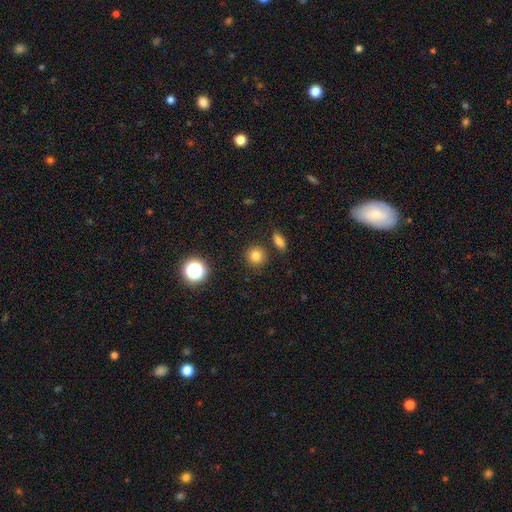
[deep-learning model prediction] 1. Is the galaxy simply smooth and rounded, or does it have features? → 80% smooth, 14% star or artifact, 6% featured or disk.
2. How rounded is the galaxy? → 92% round, 7% in between, 1% cigar-shaped.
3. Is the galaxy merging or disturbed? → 87% none, 7% minor disturbance, 4% merger, 2% major disturbance.